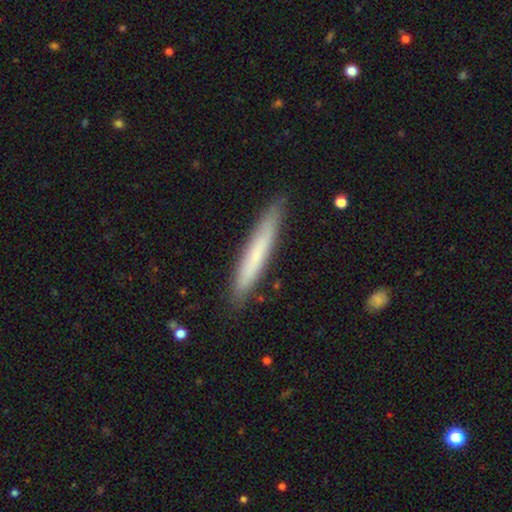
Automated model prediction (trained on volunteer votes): smooth 63%, featured or disk 31%, star or artifact 6%. Down the decision tree: how rounded — cigar-shaped (94%); merging — none (87%).